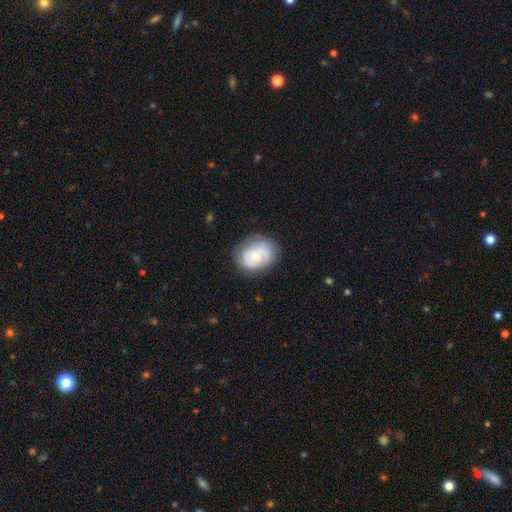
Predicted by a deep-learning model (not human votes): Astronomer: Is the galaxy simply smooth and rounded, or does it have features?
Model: featured or disk — 59% (runner-up: smooth, 35%).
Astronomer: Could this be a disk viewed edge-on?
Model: no — 98%.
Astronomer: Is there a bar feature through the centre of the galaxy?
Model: no — 69%.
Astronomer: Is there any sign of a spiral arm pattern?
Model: yes — 84%.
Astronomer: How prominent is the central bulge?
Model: small — 50% (runner-up: moderate, 38%).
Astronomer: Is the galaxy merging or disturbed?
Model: none — 72%.